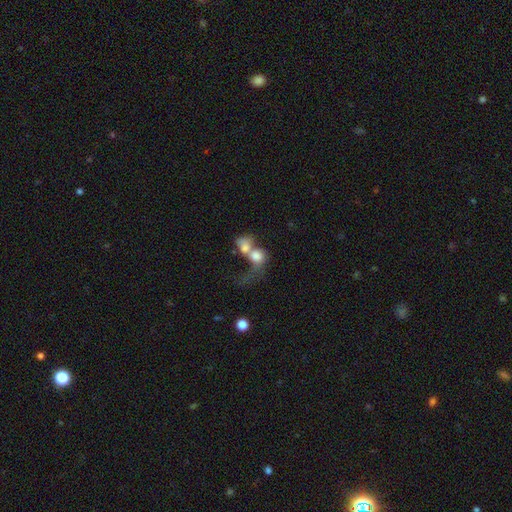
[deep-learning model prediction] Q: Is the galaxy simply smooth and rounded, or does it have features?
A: smooth — 66%.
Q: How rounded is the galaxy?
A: round — 59%.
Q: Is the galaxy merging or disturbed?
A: merger — 73%.